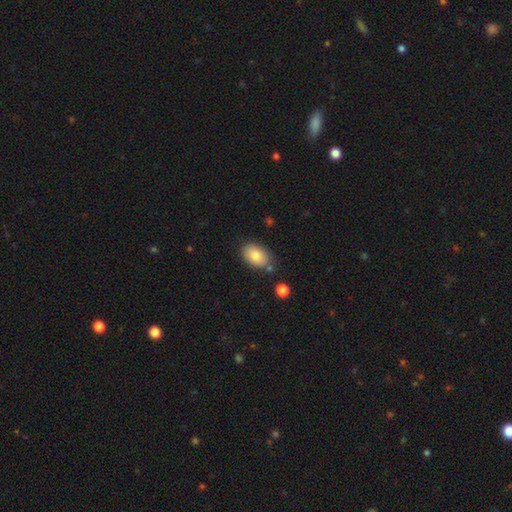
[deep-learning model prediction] Smooth or featured: smooth — 81% (featured or disk — 11%)
How rounded: in between — 89% (round — 10%)
Merging: none — 77% (minor disturbance — 14%)